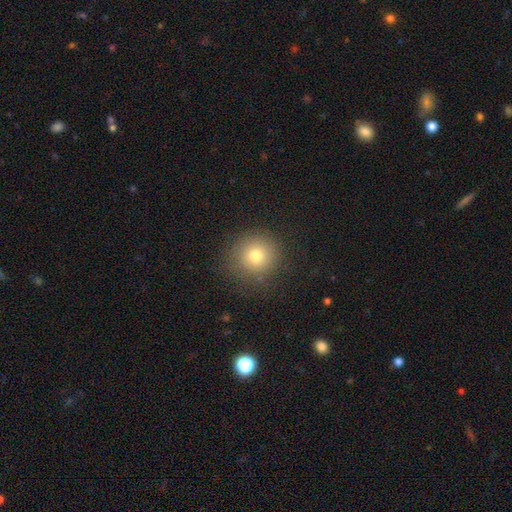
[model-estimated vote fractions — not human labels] A smooth galaxy with no disk features (77%) that is round (92%). Merging: none (86%).